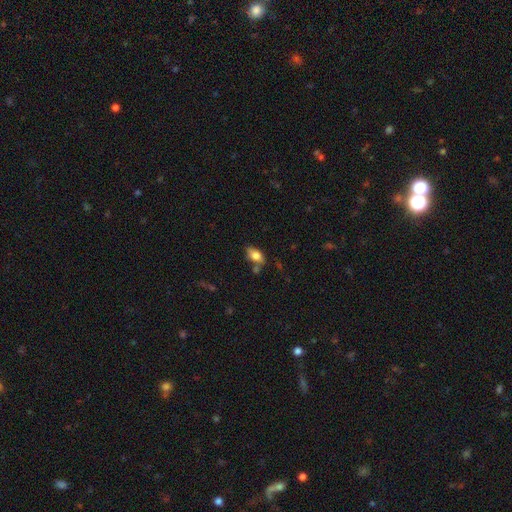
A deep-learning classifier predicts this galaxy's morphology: This appears to be a smooth galaxy with no disk features (79%) that is in between round and cigar-shaped (87%). Merging: none (60%).